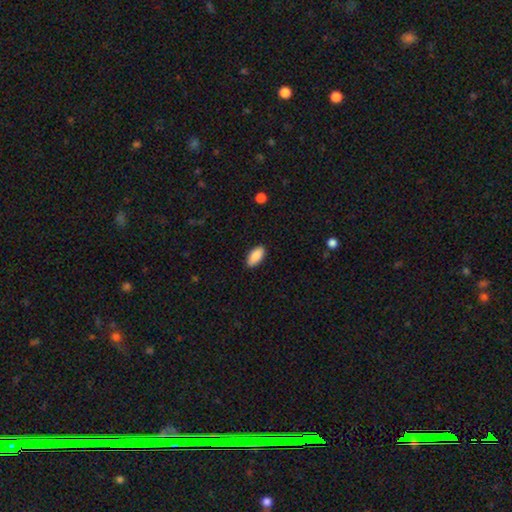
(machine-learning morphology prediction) This is clearly a smooth galaxy (89%). How rounded: clearly in between (92%). Merging: clearly none (88%).